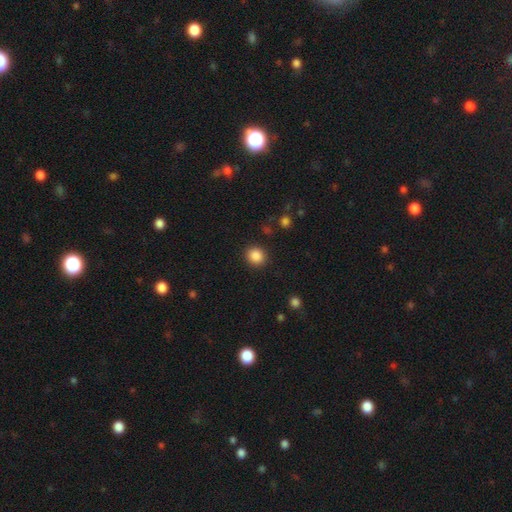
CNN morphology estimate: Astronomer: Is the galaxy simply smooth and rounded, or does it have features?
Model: smooth — 87%.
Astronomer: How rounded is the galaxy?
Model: round — 78%.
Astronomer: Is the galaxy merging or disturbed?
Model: none — 90%.